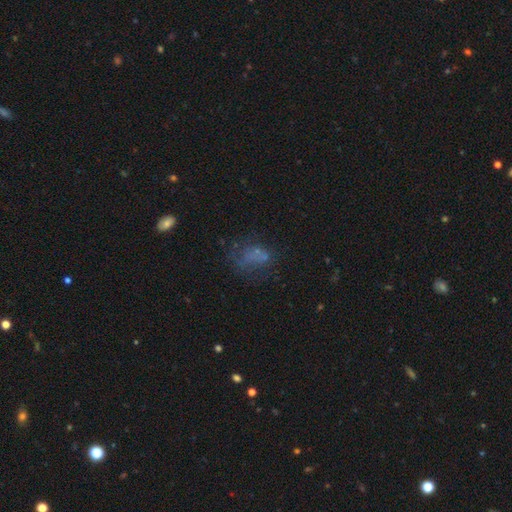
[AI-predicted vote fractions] Smooth or featured?
  - smooth: 46% *
  - featured or disk: 32%
  - star or artifact: 22%
Merging?
  - none: 40% *
  - major disturbance: 31%
  - minor disturbance: 20%
  - merger: 8%